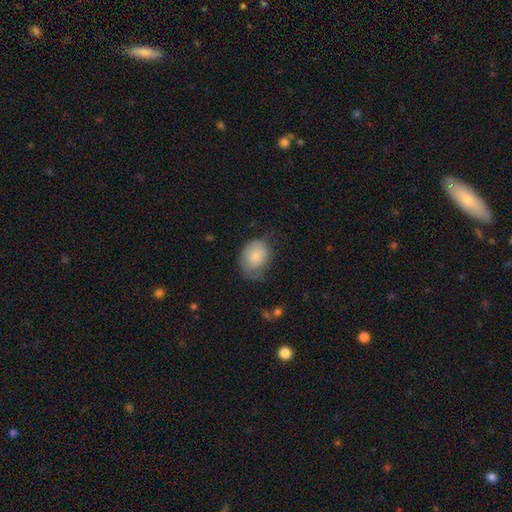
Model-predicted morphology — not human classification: A smooth galaxy with no disk features (77%) that is in between round and cigar-shaped (64%). Merging: none (44%).